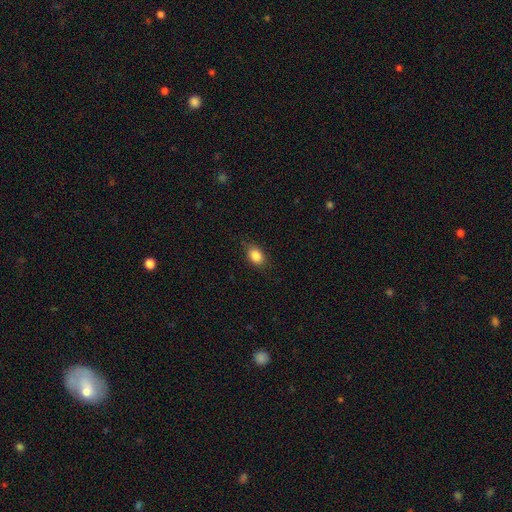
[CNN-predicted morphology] Q: Smooth or featured?
A: smooth (85%); runner-up: star or artifact (9%)
Q: How rounded?
A: in between (70%); runner-up: round (28%)
Q: Merging?
A: none (78%); runner-up: minor disturbance (17%)